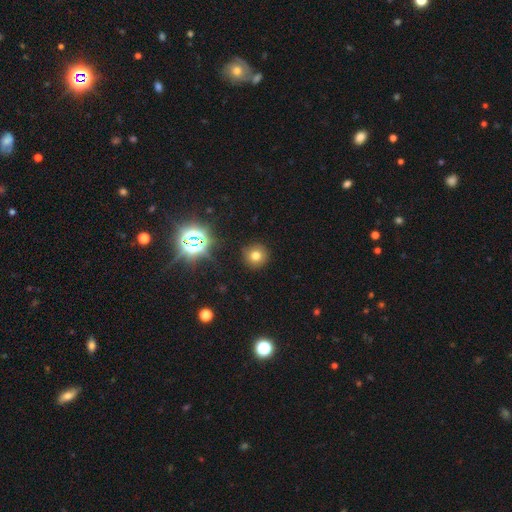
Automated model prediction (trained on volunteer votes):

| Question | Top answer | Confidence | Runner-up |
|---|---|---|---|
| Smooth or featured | smooth | 70% | star or artifact (21%) |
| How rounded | round | 94% | in between (5%) |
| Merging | none | 90% | minor disturbance (7%) |